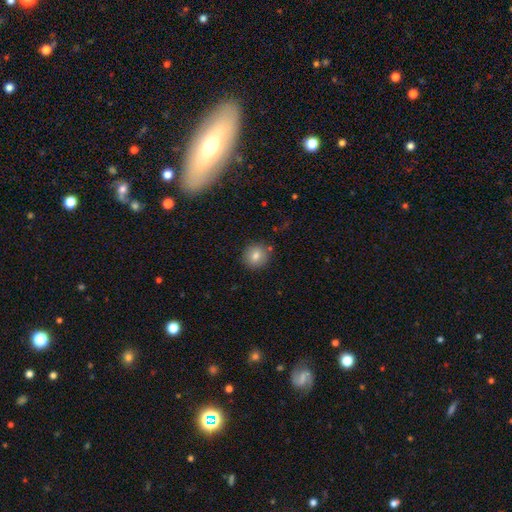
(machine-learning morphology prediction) smooth 81%, star or artifact 10%, featured or disk 9%. Down the decision tree: how rounded — round (89%); merging — none (86%).